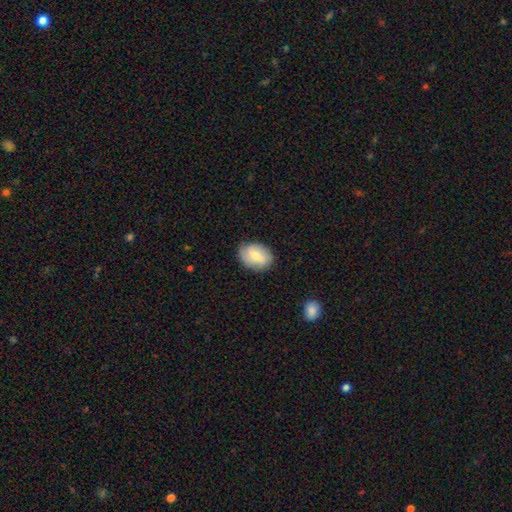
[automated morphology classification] This appears to be a smooth galaxy with no disk features (59%) that is in between round and cigar-shaped (73%). Merging: none (80%).